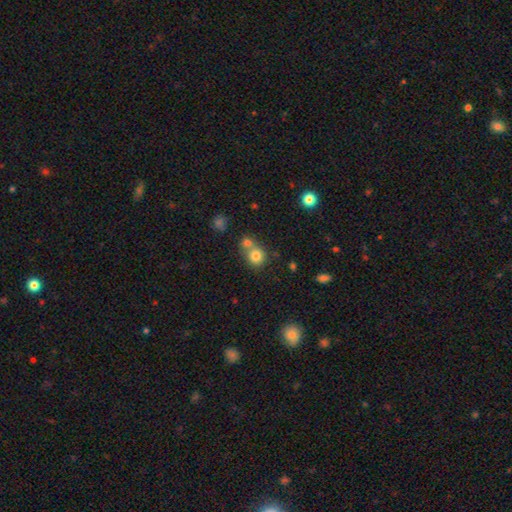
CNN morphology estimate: The model was most divided on "merging": none: 47%, merger: 42%, minor disturbance: 8%, major disturbance: 3%. More confident: how rounded — round (82%); smooth or featured — smooth (80%).